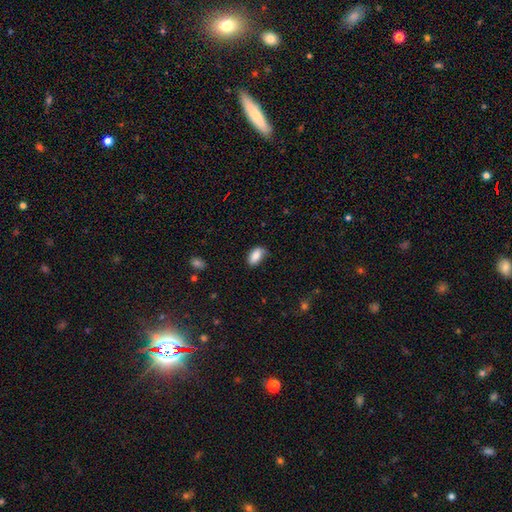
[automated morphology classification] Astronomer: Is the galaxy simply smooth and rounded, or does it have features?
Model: smooth — 86%.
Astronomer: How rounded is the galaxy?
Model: in between — 92%.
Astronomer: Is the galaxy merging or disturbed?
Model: none — 65%.